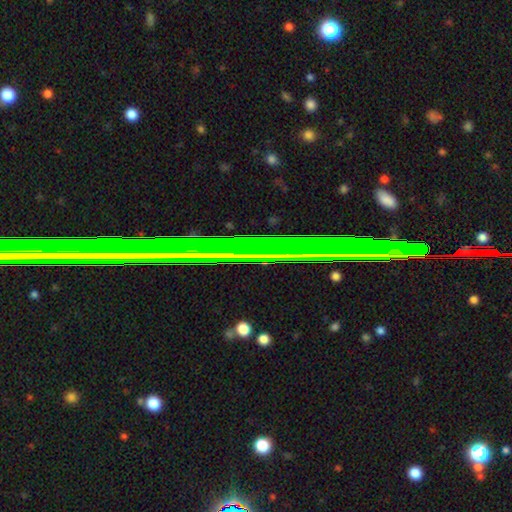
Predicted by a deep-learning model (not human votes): Smooth or featured?
  - star or artifact: 68% *
  - featured or disk: 21%
  - smooth: 11%